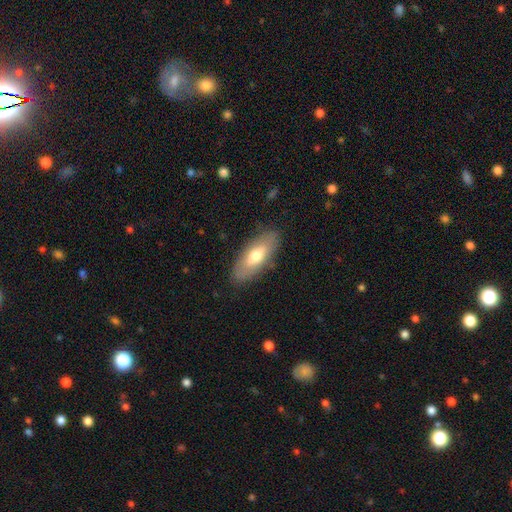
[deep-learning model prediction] Q: Smooth or featured?
A: smooth (65%); runner-up: featured or disk (29%)
Q: How rounded?
A: in between (79%); runner-up: cigar-shaped (19%)
Q: Merging?
A: none (83%); runner-up: minor disturbance (12%)